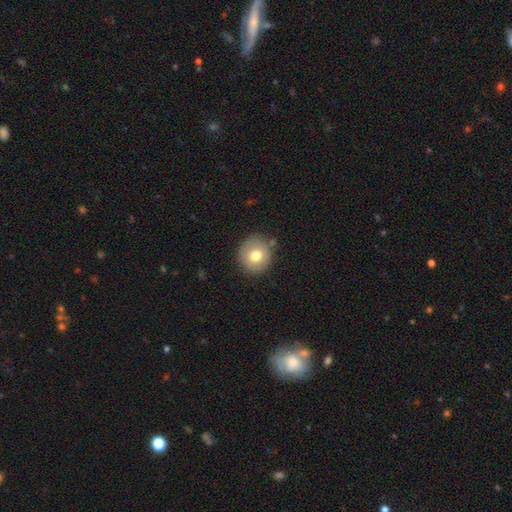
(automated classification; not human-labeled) smooth-or-featured: smooth: 72% | featured or disk: 19% | star or artifact: 9%
  how-rounded: round: 91% | in between: 8% | cigar-shaped: 1%
  merging: none: 85% | minor disturbance: 10% | major disturbance: 3% | merger: 2%